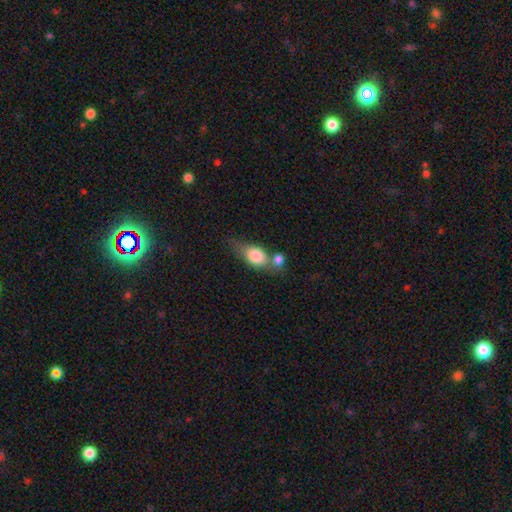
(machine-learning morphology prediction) type=smooth (76%); roundness=in between (72%); merging=merger (43%).